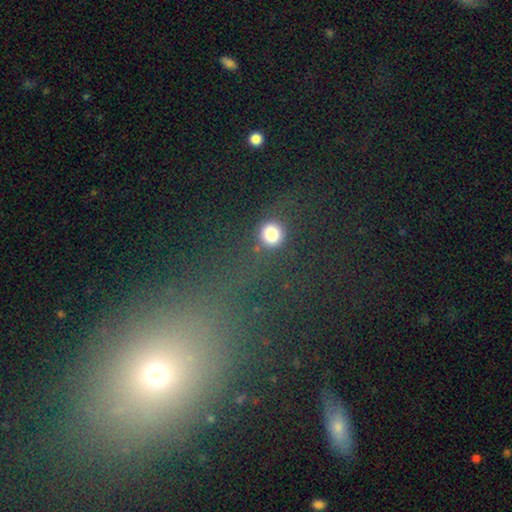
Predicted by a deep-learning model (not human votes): Smooth or featured?
  - smooth: 43% *
  - star or artifact: 42%
  - featured or disk: 15%
Merging?
  - none: 61% *
  - minor disturbance: 13%
  - major disturbance: 13%
  - merger: 13%